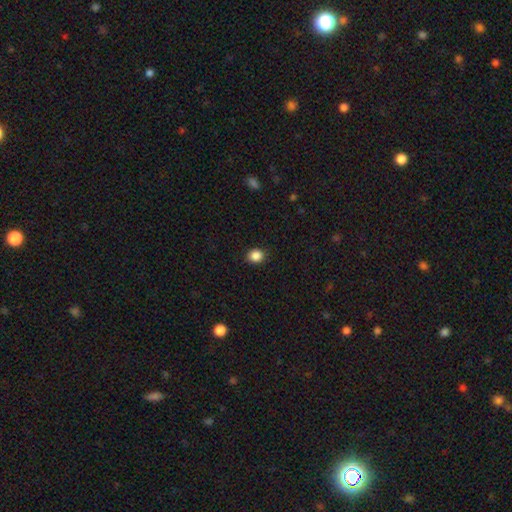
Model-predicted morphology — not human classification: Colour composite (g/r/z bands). It shows a smooth galaxy with no disk features (87%) that is round (70%). Merging: none (91%).